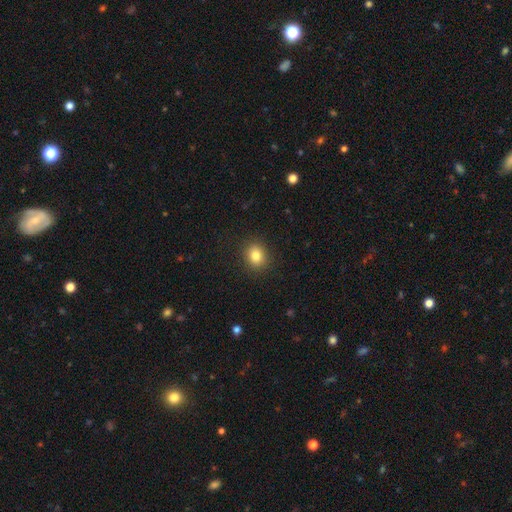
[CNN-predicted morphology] Smooth or featured? smooth (83%)
How rounded? round (69%)
Merging? none (90%)